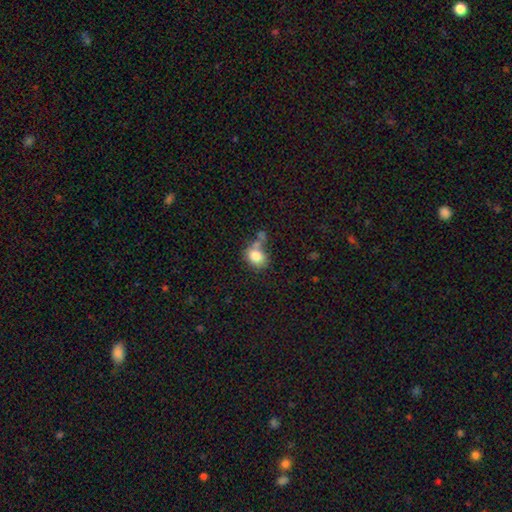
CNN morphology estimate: Smooth or featured? Predicted: smooth (p=0.81). How rounded? Predicted: round (p=0.51). Merging? Predicted: none (p=0.46).